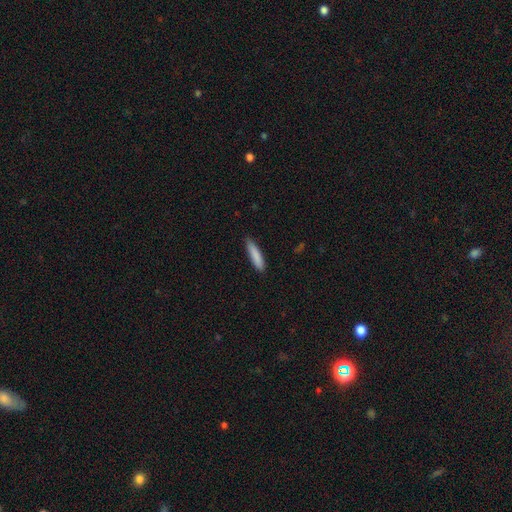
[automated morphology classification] smooth_or_featured: smooth (p=0.86) [alt: featured or disk p=0.08]
how_rounded: cigar-shaped (p=0.83) [alt: in between p=0.15]
merging: none (p=0.85) [alt: minor disturbance p=0.12]